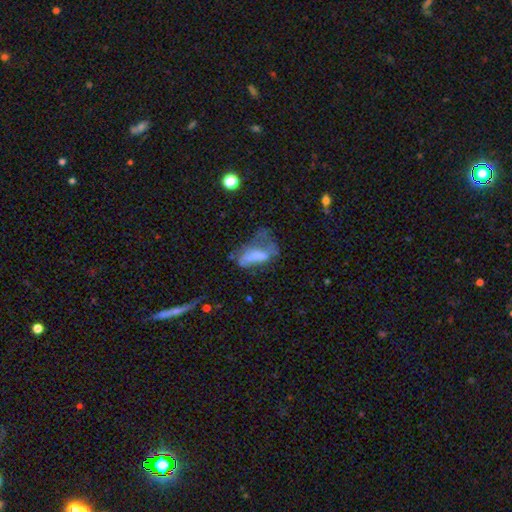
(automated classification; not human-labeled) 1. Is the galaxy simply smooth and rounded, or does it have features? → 50% smooth, 36% featured or disk, 14% star or artifact.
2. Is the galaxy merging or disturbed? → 48% major disturbance, 21% none, 21% minor disturbance, 10% merger.